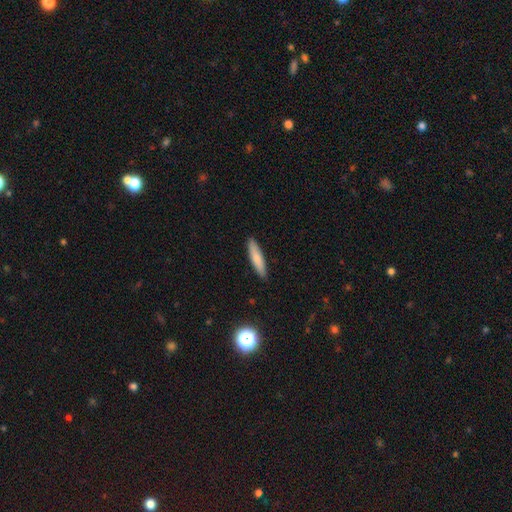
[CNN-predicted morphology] smooth_or_featured: smooth (p=0.75) [alt: featured or disk p=0.18]
how_rounded: cigar-shaped (p=0.85) [alt: in between p=0.13]
merging: none (p=0.90) [alt: minor disturbance p=0.07]